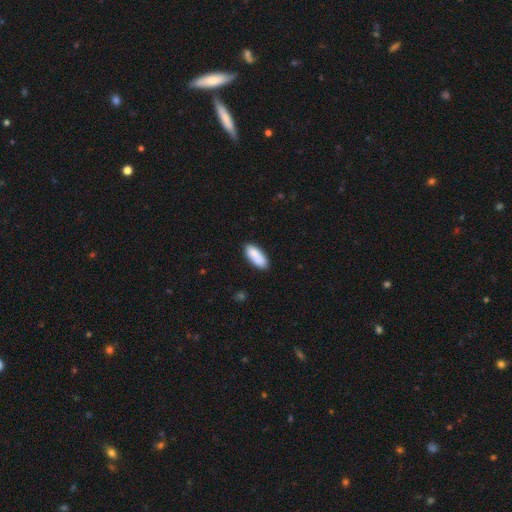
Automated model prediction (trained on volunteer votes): smooth 85%, featured or disk 9%, star or artifact 6%. Down the decision tree: how rounded — in between (80%); merging — none (79%).